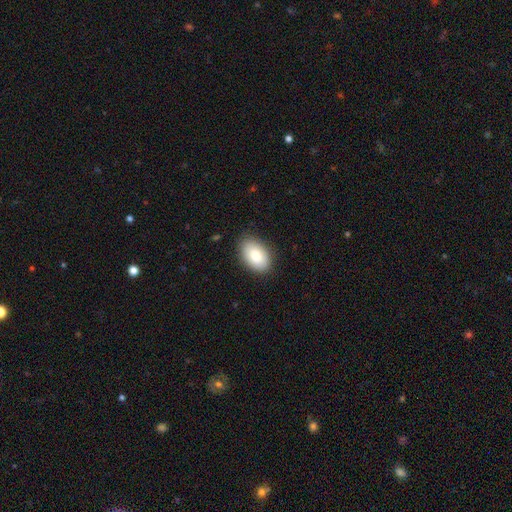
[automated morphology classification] This appears to be a smooth galaxy with no disk features (82%) that is in between round and cigar-shaped (91%). Merging: none (85%).